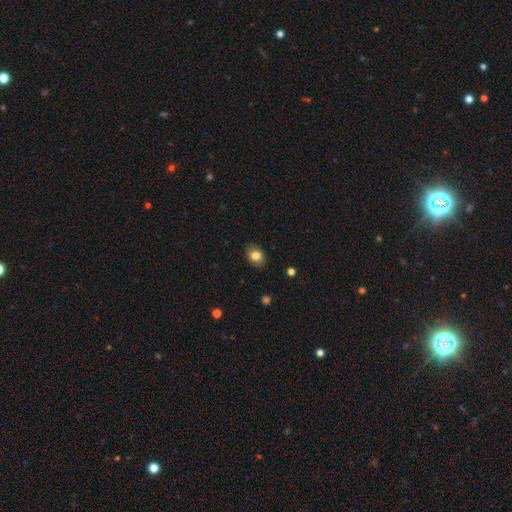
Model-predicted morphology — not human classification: This appears to be a smooth galaxy with no disk features (82%) that is in between round and cigar-shaped (63%). Merging: none (86%).